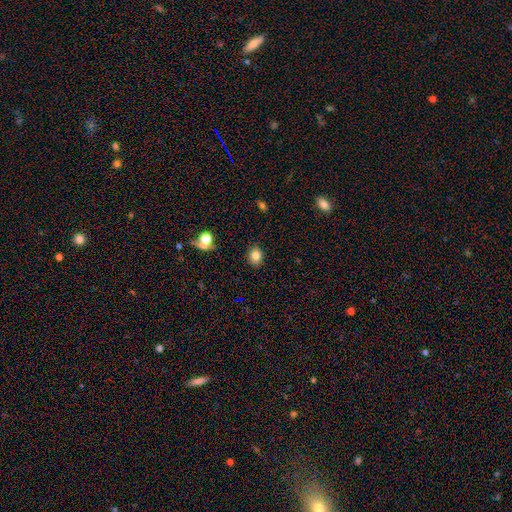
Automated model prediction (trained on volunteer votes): Smooth or featured? smooth (81%)
How rounded? round (55%)
Merging? none (86%)